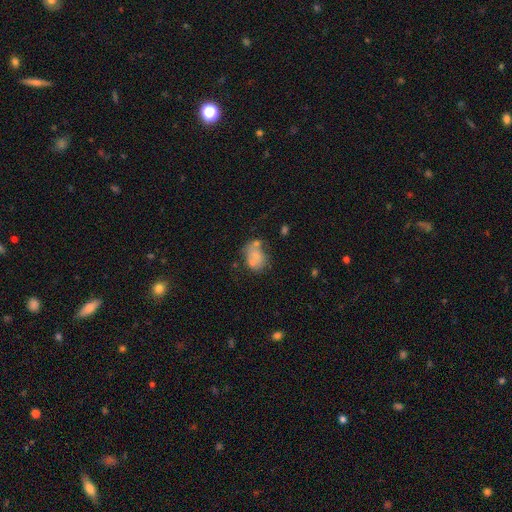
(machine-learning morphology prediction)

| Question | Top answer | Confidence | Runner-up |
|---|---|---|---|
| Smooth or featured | smooth | 60% | featured or disk (29%) |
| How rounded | in between | 68% | round (31%) |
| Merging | none | 34% | merger (33%) |